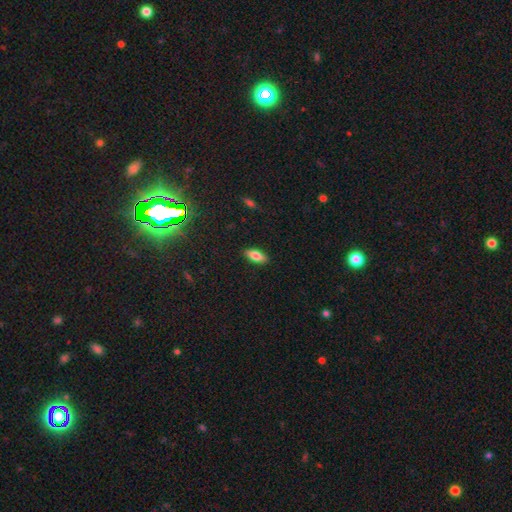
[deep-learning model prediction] A smooth galaxy with no disk features (72%) that is in between round and cigar-shaped (73%).

Vote fractions:
- Smooth or featured? smooth: 72% / featured or disk: 20% / star or artifact: 8%
- How rounded? in between: 73% / cigar-shaped: 25% / round: 3%
- Merging? none: 89% / minor disturbance: 8% / major disturbance: 2% / merger: 1%